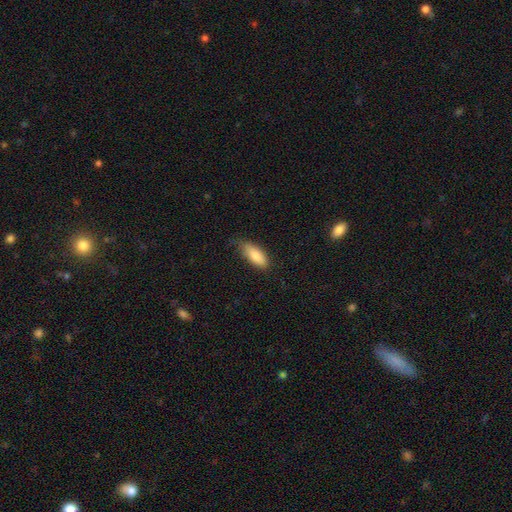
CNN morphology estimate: smooth_or_featured: smooth (p=0.86) [alt: featured or disk p=0.08]
how_rounded: in between (p=0.80) [alt: cigar-shaped p=0.18]
merging: none (p=0.65) [alt: minor disturbance p=0.28]